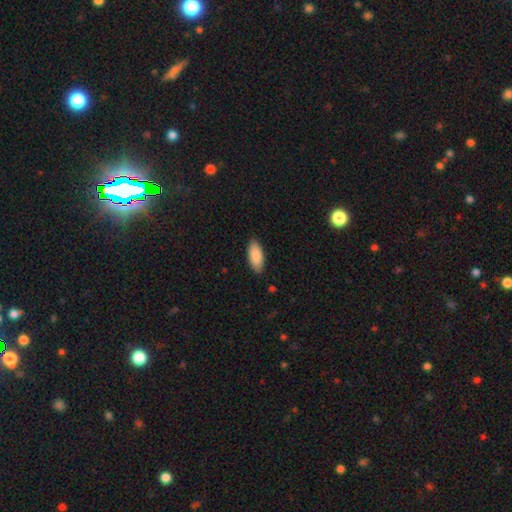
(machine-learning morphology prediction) This appears to be a smooth galaxy with no disk features (87%) that is in between round and cigar-shaped (88%). Merging: none (87%).